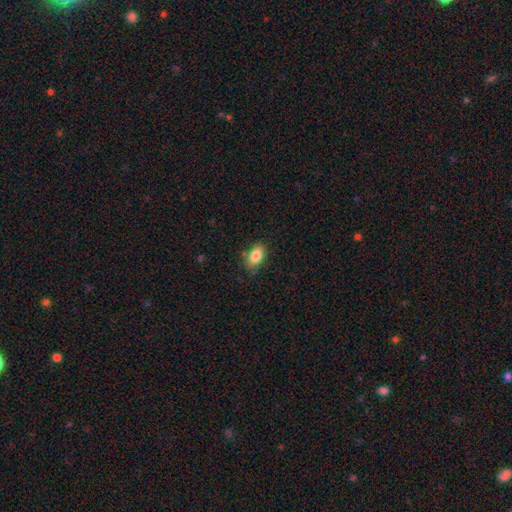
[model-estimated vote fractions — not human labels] smooth_or_featured: smooth (p=0.85) [alt: star or artifact p=0.08]
how_rounded: in between (p=0.89) [alt: round p=0.08]
merging: none (p=0.78) [alt: minor disturbance p=0.16]